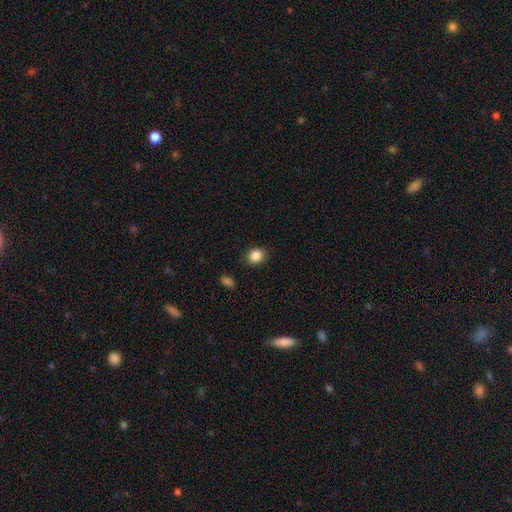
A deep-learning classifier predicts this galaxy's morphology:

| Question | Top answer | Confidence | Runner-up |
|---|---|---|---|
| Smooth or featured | smooth | 86% | star or artifact (9%) |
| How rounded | round | 63% | in between (36%) |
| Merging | none | 88% | minor disturbance (8%) |